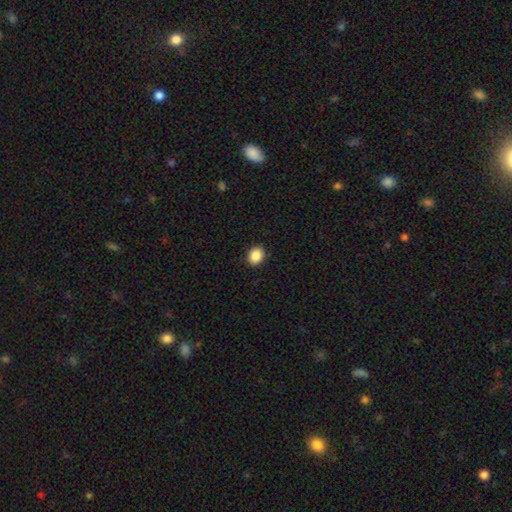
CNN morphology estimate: Q: Smooth or featured?
A: smooth (88%); runner-up: star or artifact (8%)
Q: How rounded?
A: round (57%); runner-up: in between (42%)
Q: Merging?
A: none (91%); runner-up: minor disturbance (7%)